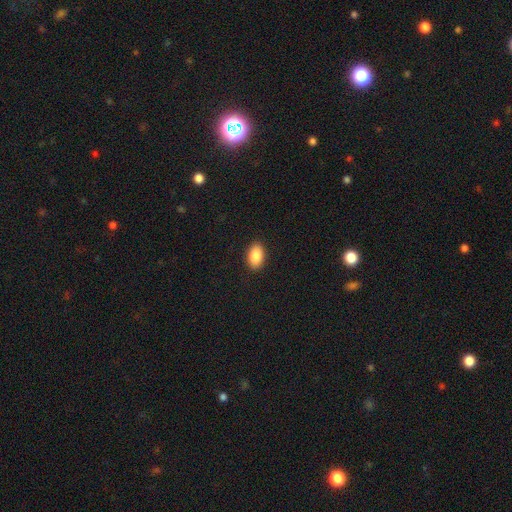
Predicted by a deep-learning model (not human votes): A smooth galaxy with no disk features (88%) that is in between round and cigar-shaped (92%).

Vote fractions:
- Smooth or featured? smooth: 88% / star or artifact: 7% / featured or disk: 5%
- How rounded? in between: 92% / round: 7% / cigar-shaped: 1%
- Merging? none: 90% / minor disturbance: 7% / major disturbance: 2% / merger: 1%